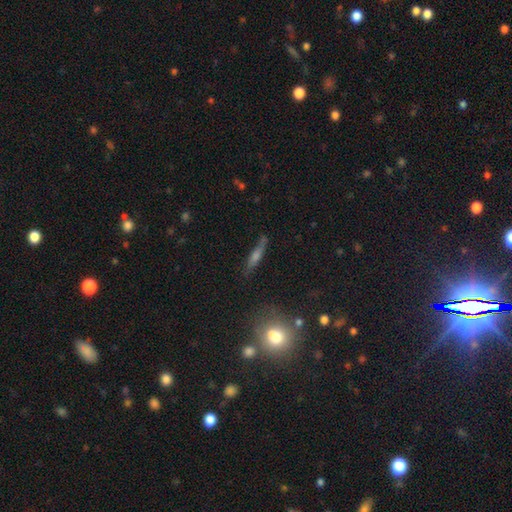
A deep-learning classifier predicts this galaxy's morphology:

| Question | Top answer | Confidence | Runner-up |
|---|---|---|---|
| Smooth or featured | featured or disk | 44% | smooth (42%) |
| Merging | none | 79% | minor disturbance (14%) |